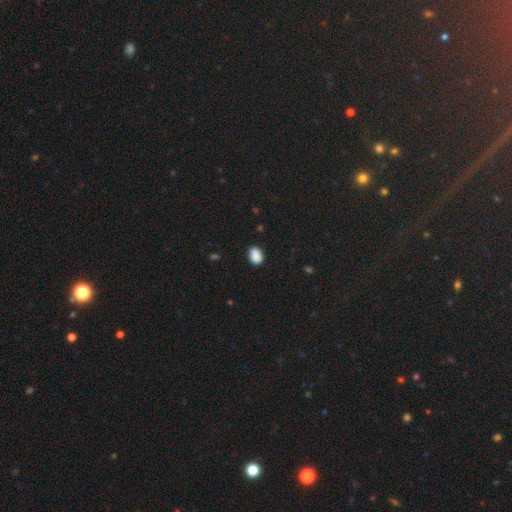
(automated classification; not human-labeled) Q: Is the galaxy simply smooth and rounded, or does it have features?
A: smooth — 88%.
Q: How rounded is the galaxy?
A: in between — 73%.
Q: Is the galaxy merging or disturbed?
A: none — 83%.